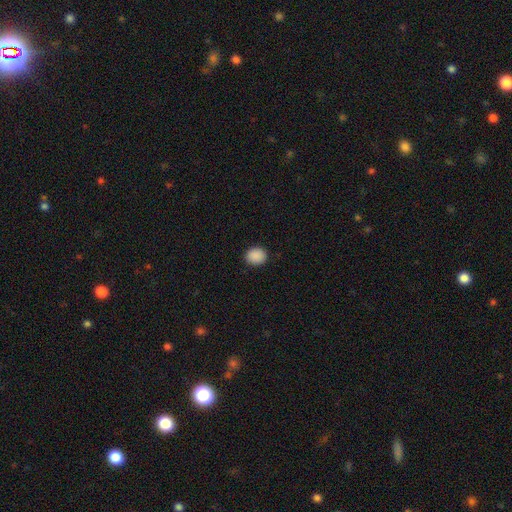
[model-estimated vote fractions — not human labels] This is clearly a smooth galaxy (89%). How rounded: likely round (70%). Merging: clearly none (90%).